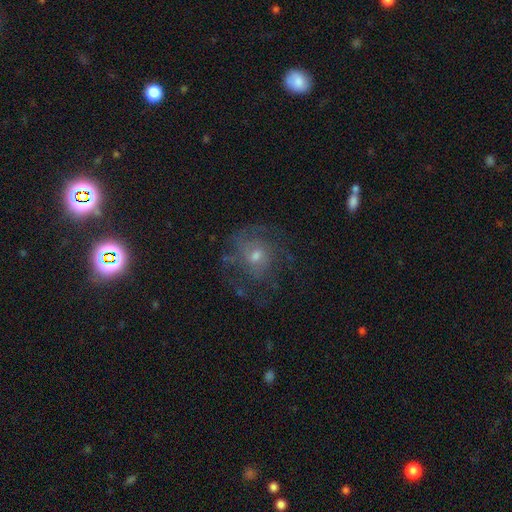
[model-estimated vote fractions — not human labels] A featured or disk galaxy (61%) with no bar (78%), spiral arms (72%) and a small central bulge (49%). Merging: none (61%).